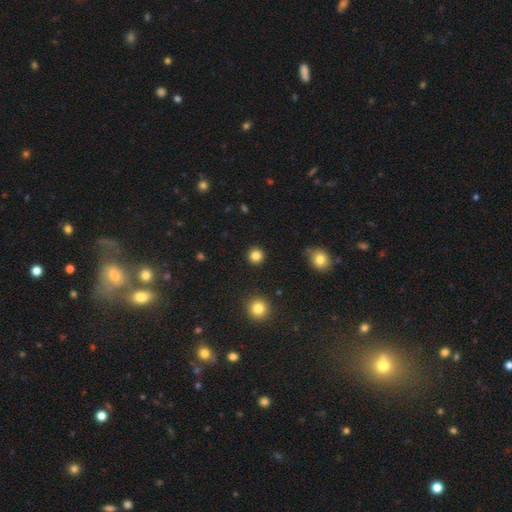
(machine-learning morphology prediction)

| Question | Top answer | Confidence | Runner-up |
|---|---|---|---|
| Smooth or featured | smooth | 85% | star or artifact (11%) |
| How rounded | round | 94% | in between (5%) |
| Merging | none | 92% | minor disturbance (5%) |